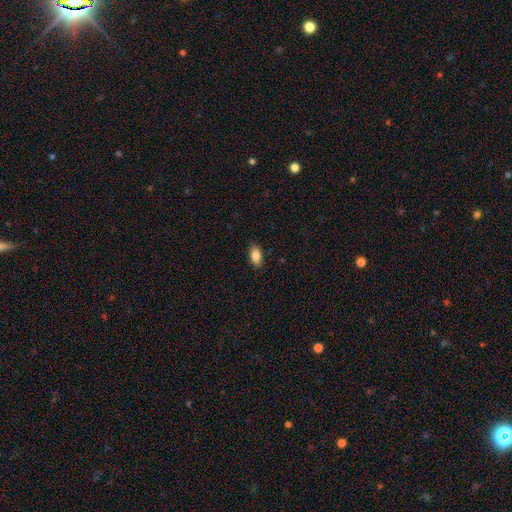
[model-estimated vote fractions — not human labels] This is clearly a smooth galaxy (87%). How rounded: clearly in between (90%). Merging: clearly none (85%).